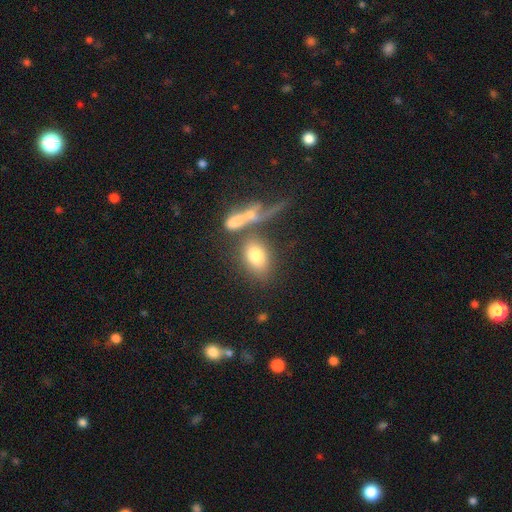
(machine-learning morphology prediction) Smooth or featured? smooth (74%)
How rounded? in between (78%)
Merging? none (51%)